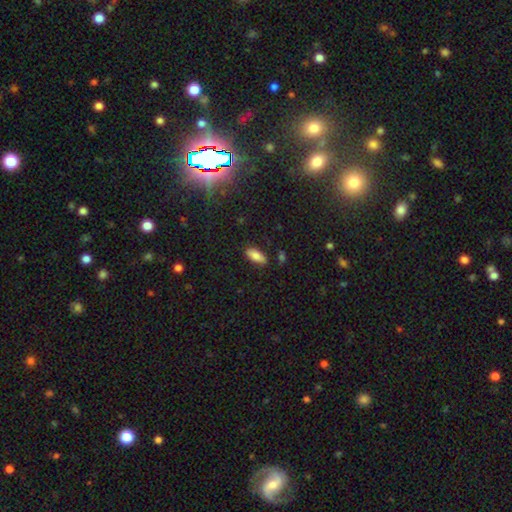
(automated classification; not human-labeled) This appears to be a smooth galaxy with no disk features (83%) that is in between round and cigar-shaped (81%). Merging: none (84%).